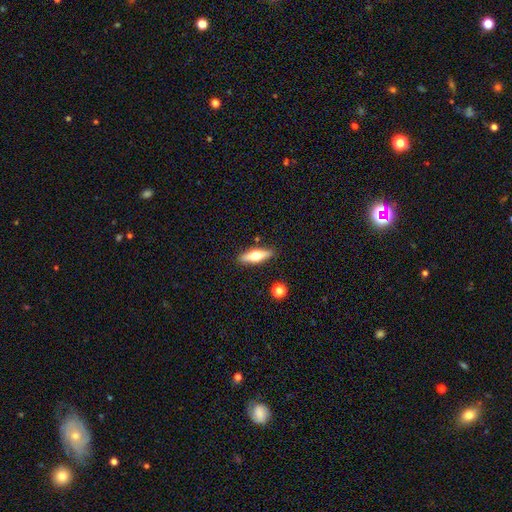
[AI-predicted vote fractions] Overall: smooth (48%; featured or disk 45%). Merging: none (87%).